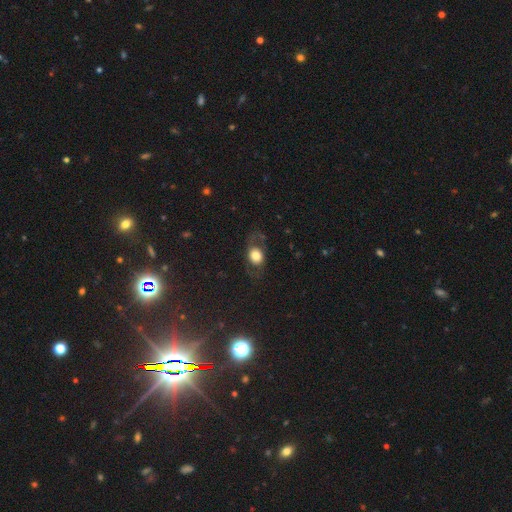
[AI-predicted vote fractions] A smooth galaxy with no disk features (60%) that is round (50%). Merging: none (61%).